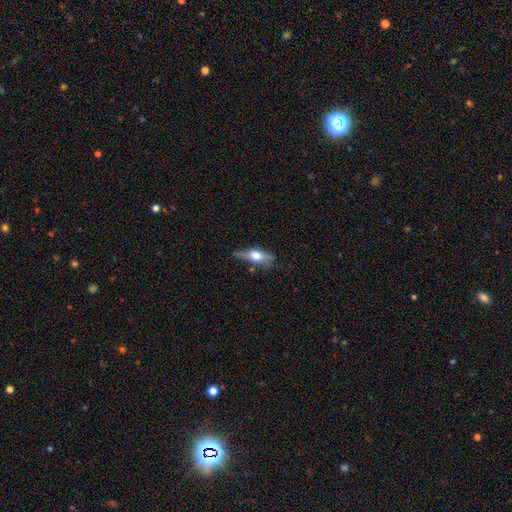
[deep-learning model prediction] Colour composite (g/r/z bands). It shows a smooth galaxy with no disk features (54%) that is in between round and cigar-shaped (63%). Merging: none (42%).